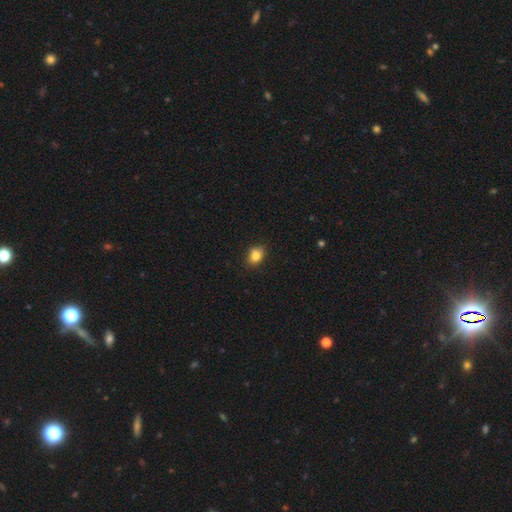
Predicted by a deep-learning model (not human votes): The model was most divided on "how rounded": in between: 63%, round: 36%, cigar-shaped: 1%. More confident: smooth or featured — smooth (84%); merging — none (75%).